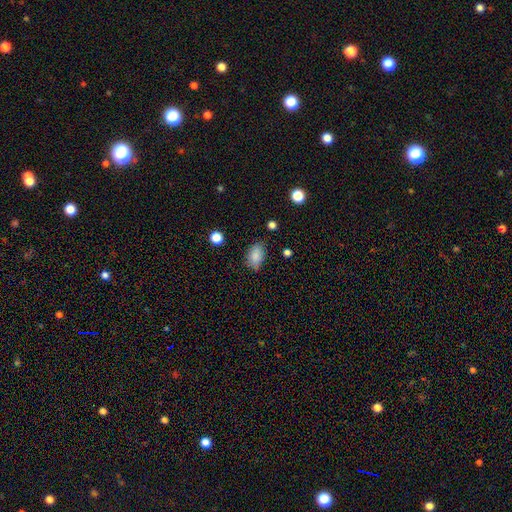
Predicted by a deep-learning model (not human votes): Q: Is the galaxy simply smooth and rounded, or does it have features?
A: smooth — 85%.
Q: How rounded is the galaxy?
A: in between — 88%.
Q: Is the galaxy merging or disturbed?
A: none — 75%.